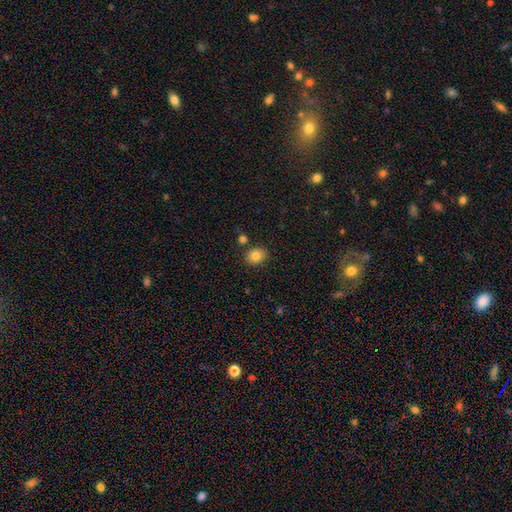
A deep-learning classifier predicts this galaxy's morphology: This appears to be a smooth galaxy with no disk features (83%) that is round (55%). Merging: none (82%).